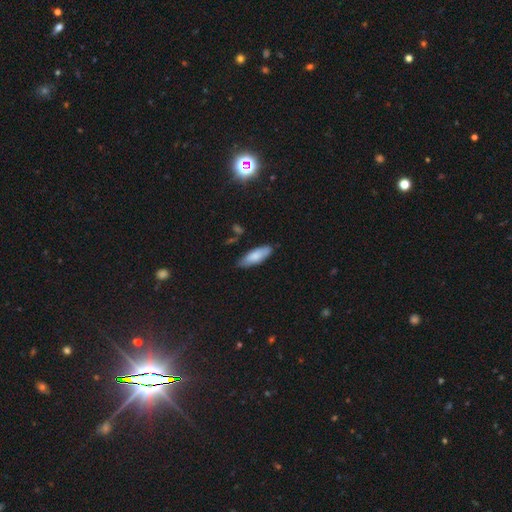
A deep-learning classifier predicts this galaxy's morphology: This is likely a smooth galaxy (79%). How rounded: likely in between (65%). Merging: likely none (79%).